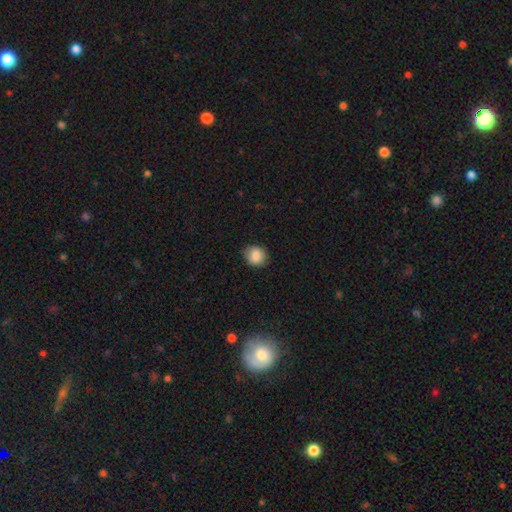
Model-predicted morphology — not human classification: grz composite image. It shows a smooth galaxy with no disk features (88%) that is round (80%). Merging: none (84%).